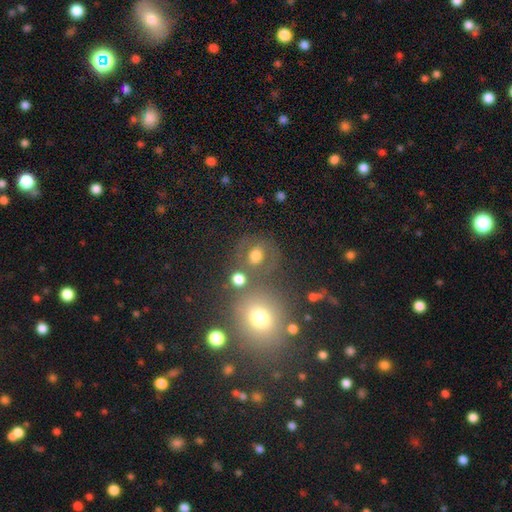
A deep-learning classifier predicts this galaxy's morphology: Q: Smooth or featured?
A: smooth (63%); runner-up: featured or disk (20%)
Q: How rounded?
A: round (73%); runner-up: in between (25%)
Q: Merging?
A: none (61%); runner-up: merger (16%)